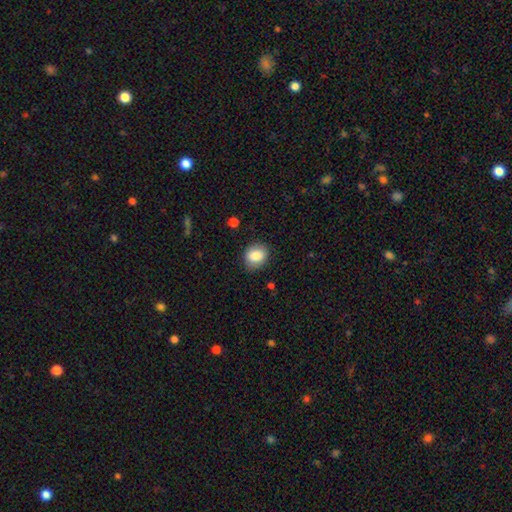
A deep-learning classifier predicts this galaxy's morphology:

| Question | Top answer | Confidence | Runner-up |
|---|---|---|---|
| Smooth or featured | smooth | 84% | star or artifact (8%) |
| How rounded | round | 62% | in between (37%) |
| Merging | none | 83% | minor disturbance (12%) |